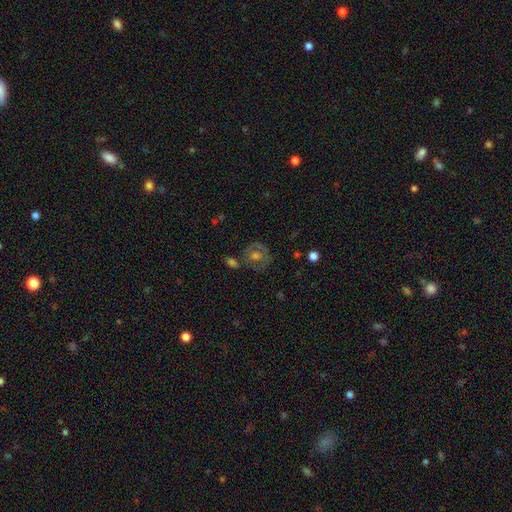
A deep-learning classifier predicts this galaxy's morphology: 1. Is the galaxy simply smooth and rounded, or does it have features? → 54% featured or disk, 35% smooth, 12% star or artifact.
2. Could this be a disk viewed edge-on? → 96% no, 4% yes.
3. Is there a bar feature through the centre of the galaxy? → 71% no, 22% weak, 6% strong.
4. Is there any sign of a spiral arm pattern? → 53% no, 47% yes.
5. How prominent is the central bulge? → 60% moderate, 20% large, 14% small, 4% none, 2% dominant.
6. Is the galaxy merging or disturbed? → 62% none, 16% minor disturbance, 13% merger, 9% major disturbance.